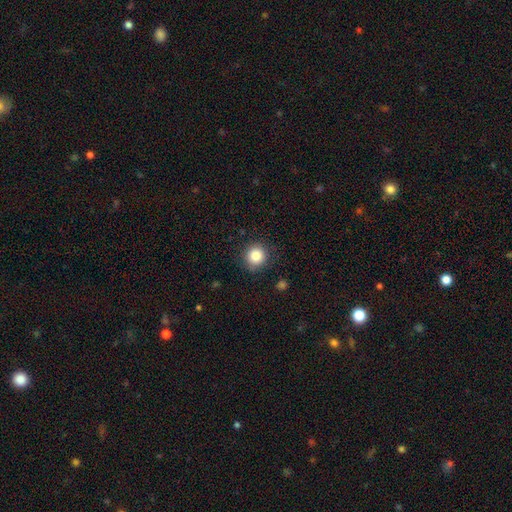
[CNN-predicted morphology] smooth_or_featured: smooth (p=0.85) [alt: star or artifact p=0.10]
how_rounded: round (p=0.92) [alt: in between p=0.07]
merging: none (p=0.86) [alt: minor disturbance p=0.10]